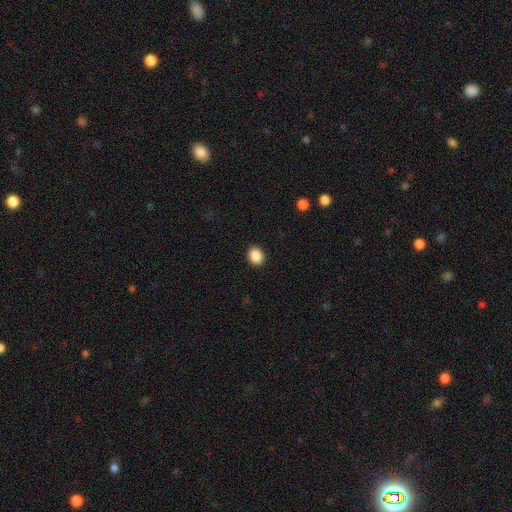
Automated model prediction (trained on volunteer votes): smooth-or-featured: smooth: 89% | star or artifact: 8% | featured or disk: 3%
  how-rounded: round: 57% | in between: 42% | cigar-shaped: 1%
  merging: none: 91% | minor disturbance: 6% | major disturbance: 2% | merger: 1%